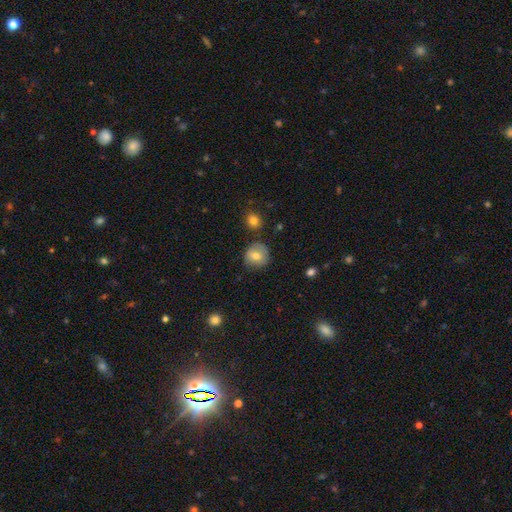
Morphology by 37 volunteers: Smooth or featured? smooth (78%)
How rounded? round (97%)
Merging? none (63%)